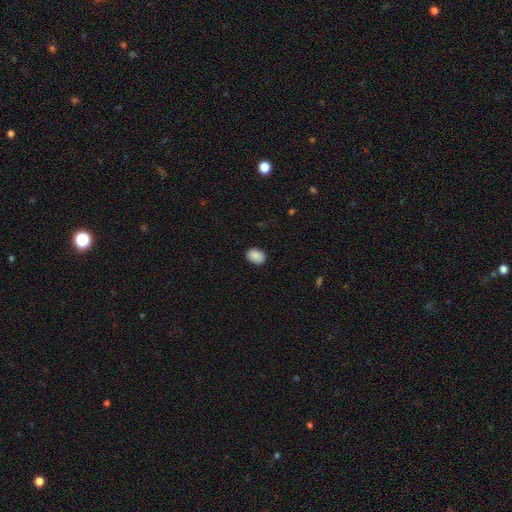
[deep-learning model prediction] Q: Smooth or featured?
A: smooth (90%); runner-up: star or artifact (7%)
Q: How rounded?
A: in between (75%); runner-up: round (24%)
Q: Merging?
A: none (89%); runner-up: minor disturbance (9%)